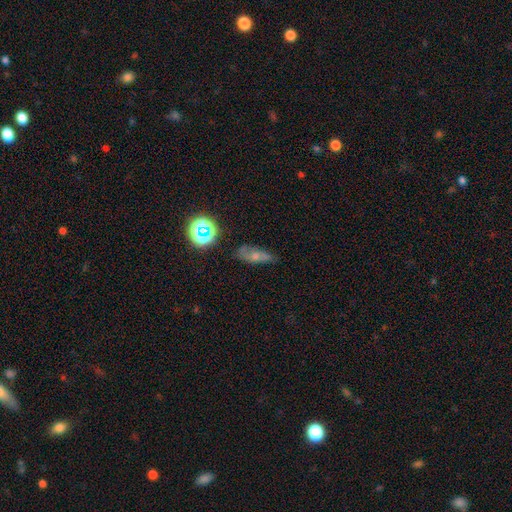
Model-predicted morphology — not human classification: A smooth galaxy with no disk features (49%). Merging: none (61%).